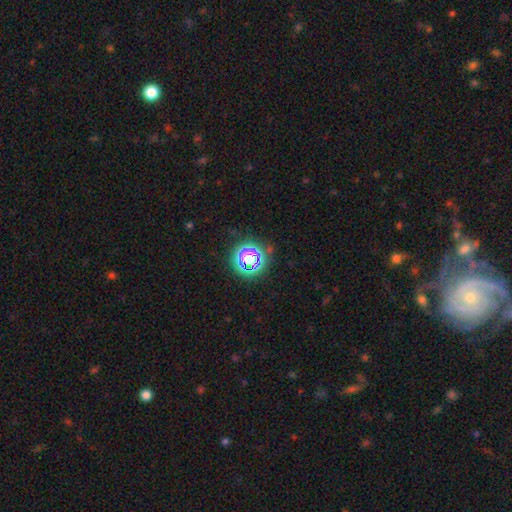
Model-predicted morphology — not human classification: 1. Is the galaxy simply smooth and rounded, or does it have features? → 71% star or artifact, 21% smooth, 8% featured or disk.